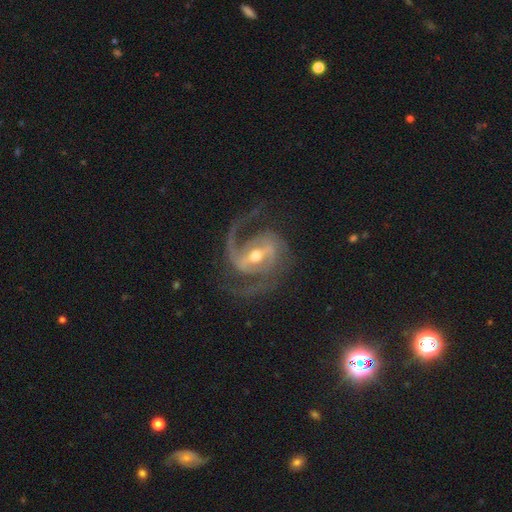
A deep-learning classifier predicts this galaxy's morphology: This appears to be a featured or disk galaxy (92%) with a strong bar (54%), 2 (80%) medium (60%) spiral arms (98%) and a moderate central bulge (58%). Merging: none (70%).